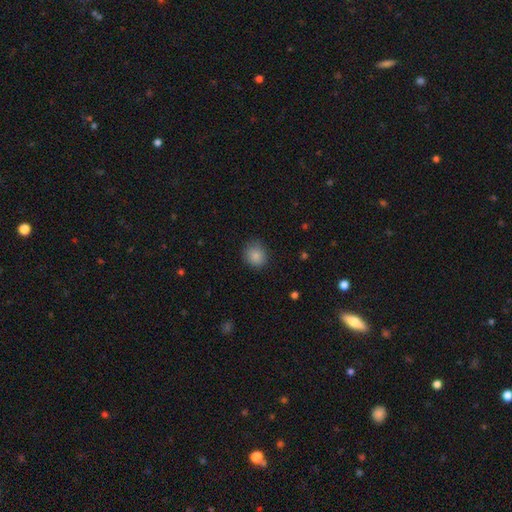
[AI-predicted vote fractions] Q: Smooth or featured?
A: smooth (86%); runner-up: star or artifact (9%)
Q: How rounded?
A: round (78%); runner-up: in between (21%)
Q: Merging?
A: none (83%); runner-up: minor disturbance (13%)